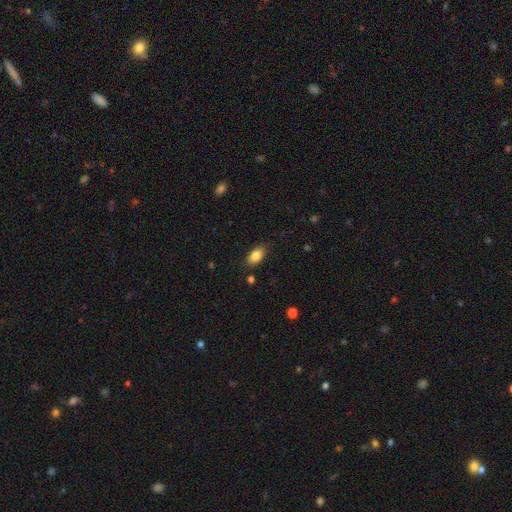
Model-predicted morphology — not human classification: Smooth or featured?
  - smooth: 84% *
  - featured or disk: 8%
  - star or artifact: 8%
How rounded?
  - in between: 90% *
  - round: 6%
  - cigar-shaped: 4%
Merging?
  - none: 83% *
  - minor disturbance: 13%
  - major disturbance: 3%
  - merger: 2%